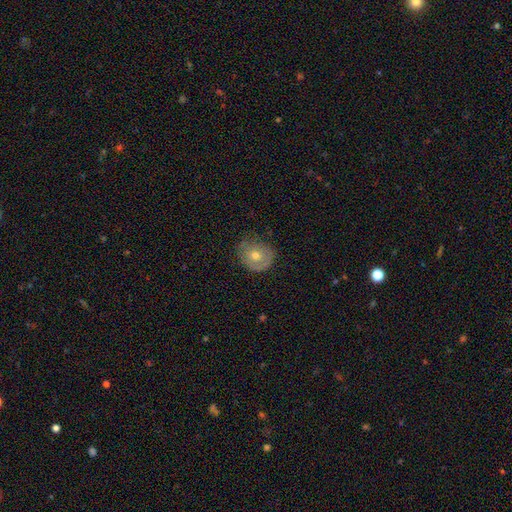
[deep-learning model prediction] smooth-or-featured: smooth: 47% | featured or disk: 44% | star or artifact: 9%
  merging: none: 71% | minor disturbance: 22% | major disturbance: 6% | merger: 1%